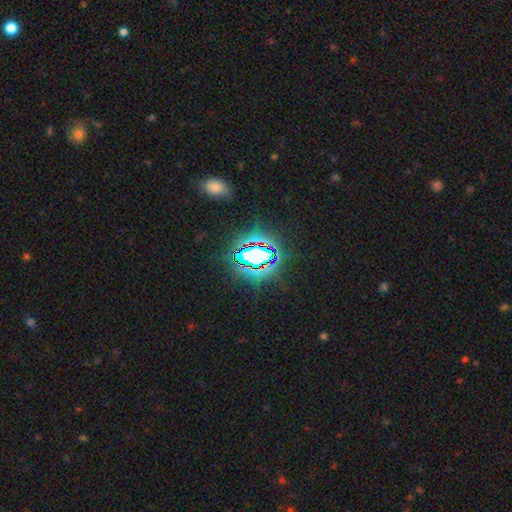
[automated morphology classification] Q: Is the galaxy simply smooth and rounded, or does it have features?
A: star or artifact — 79%.